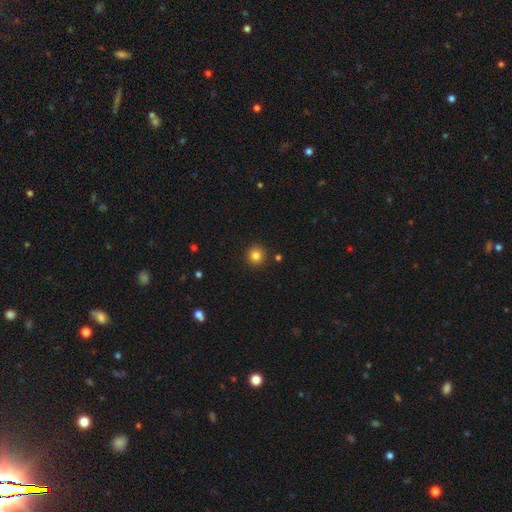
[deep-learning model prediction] Smooth or featured?
  - smooth: 83% *
  - star or artifact: 12%
  - featured or disk: 5%
How rounded?
  - round: 93% *
  - in between: 6%
  - cigar-shaped: 1%
Merging?
  - none: 90% *
  - minor disturbance: 6%
  - merger: 2%
  - major disturbance: 2%